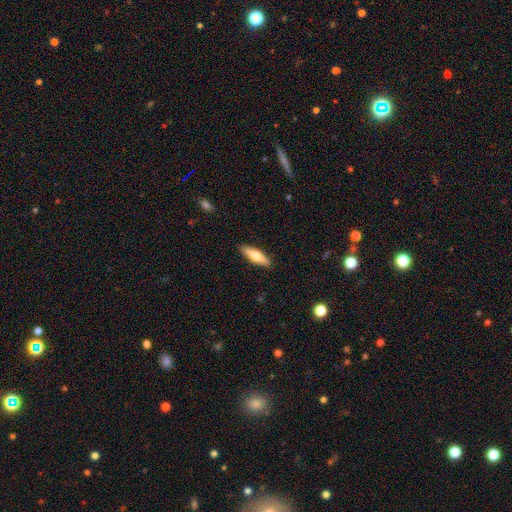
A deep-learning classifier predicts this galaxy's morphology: The model was most divided on "smooth or featured": smooth: 58%, featured or disk: 37%, star or artifact: 6%. More confident: merging — none (90%); how rounded — cigar-shaped (63%).